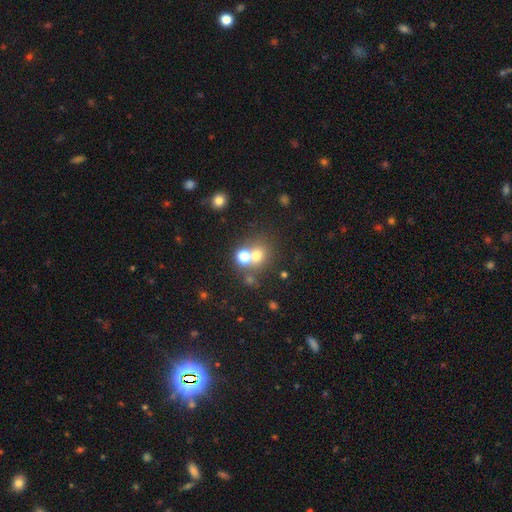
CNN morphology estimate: type=smooth (65%); roundness=round (79%); merging=none (54%).